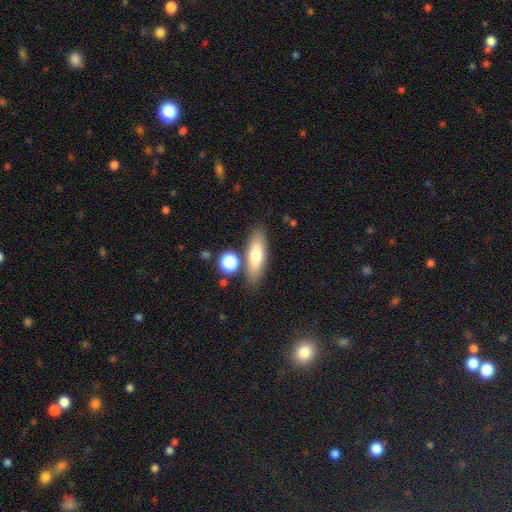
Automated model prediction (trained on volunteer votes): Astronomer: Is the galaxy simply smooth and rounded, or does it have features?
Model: smooth — 71%.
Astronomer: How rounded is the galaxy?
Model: cigar-shaped — 50% (runner-up: in between, 47%).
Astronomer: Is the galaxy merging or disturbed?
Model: none — 78%.